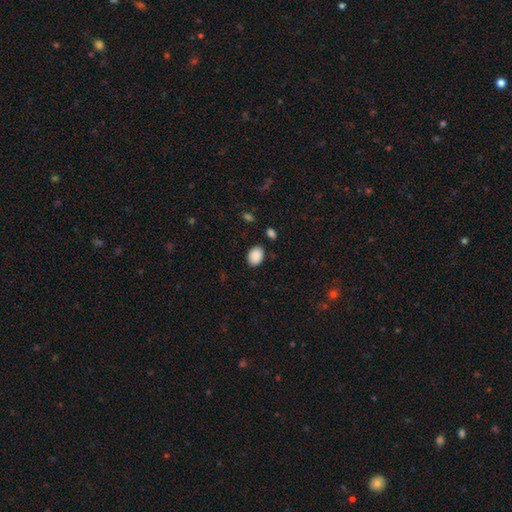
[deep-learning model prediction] Smooth or featured: smooth — 90% (star or artifact — 8%)
How rounded: in between — 74% (round — 25%)
Merging: none — 85% (minor disturbance — 10%)